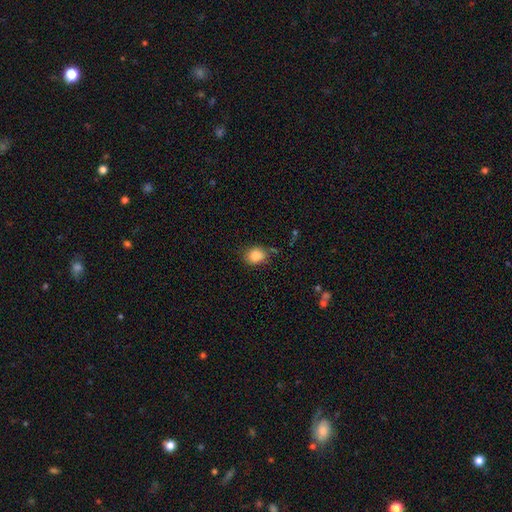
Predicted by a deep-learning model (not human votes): Q: Smooth or featured?
A: smooth (85%); runner-up: star or artifact (10%)
Q: How rounded?
A: round (54%); runner-up: in between (45%)
Q: Merging?
A: none (75%); runner-up: minor disturbance (18%)